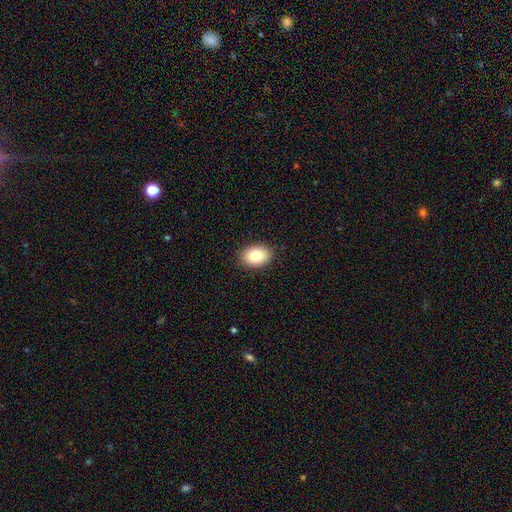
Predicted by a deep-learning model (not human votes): smooth_or_featured: smooth (p=0.82) [alt: featured or disk p=0.10]
how_rounded: in between (p=0.78) [alt: round p=0.21]
merging: none (p=0.89) [alt: minor disturbance p=0.08]